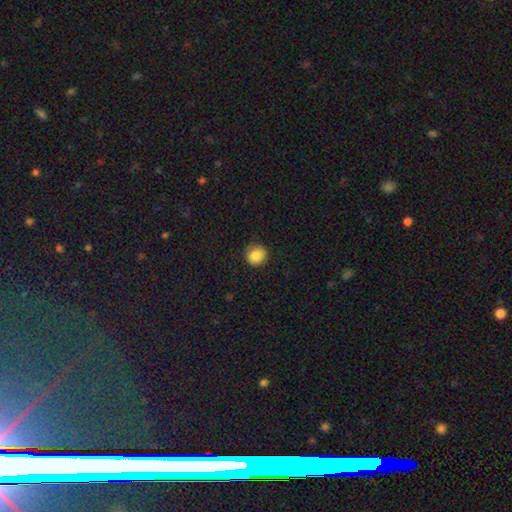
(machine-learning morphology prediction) Smooth or featured: smooth — 86% (star or artifact — 10%)
How rounded: round — 92% (in between — 7%)
Merging: none — 86% (minor disturbance — 10%)